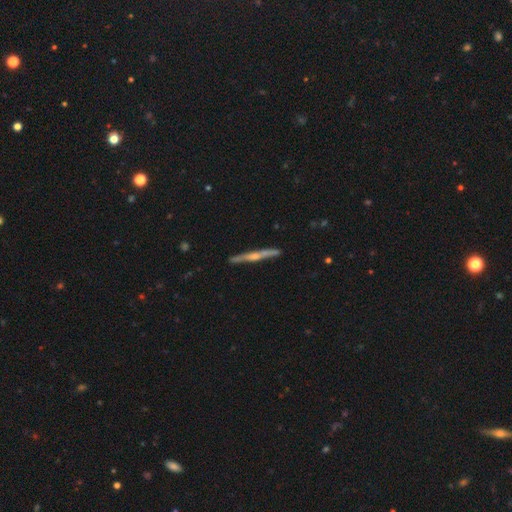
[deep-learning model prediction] Q: Smooth or featured?
A: featured or disk (72%); runner-up: smooth (23%)
Q: Edge-on disk?
A: yes (97%); runner-up: no (3%)
Q: Edge-on bulge?
A: rounded (68%); runner-up: none (22%)
Q: Merging?
A: none (88%); runner-up: minor disturbance (9%)